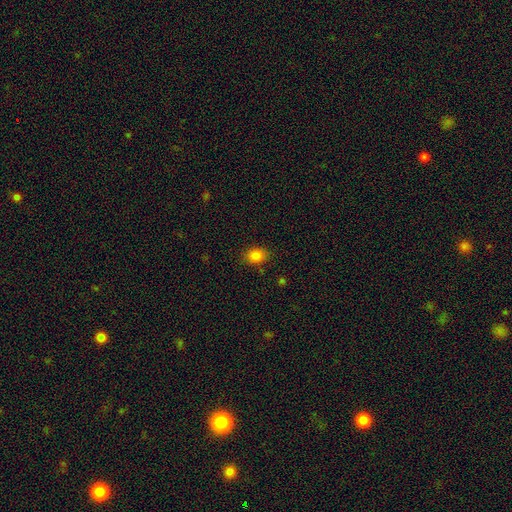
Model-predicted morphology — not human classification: This appears to be a smooth galaxy with no disk features (82%) that is in between round and cigar-shaped (61%). Merging: none (85%).